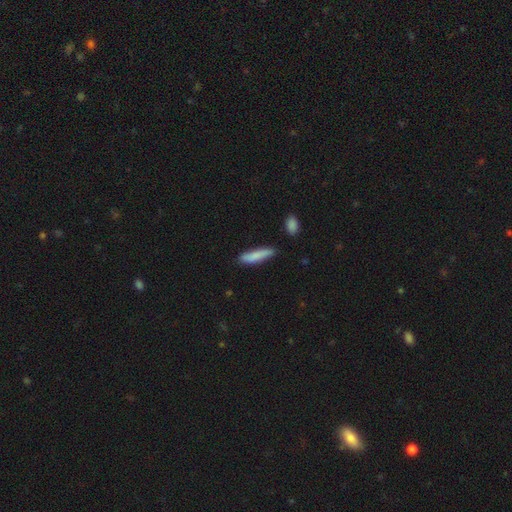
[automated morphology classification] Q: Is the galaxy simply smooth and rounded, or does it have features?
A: smooth — 82%.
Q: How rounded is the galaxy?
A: cigar-shaped — 83%.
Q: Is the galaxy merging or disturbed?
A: none — 80%.